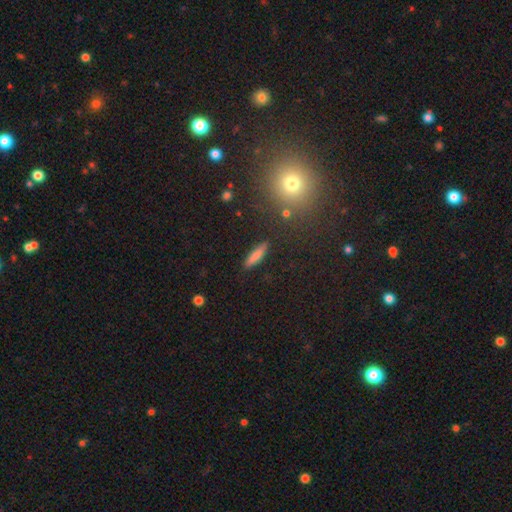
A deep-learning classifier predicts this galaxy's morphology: smooth 77%, featured or disk 14%, star or artifact 8%. Down the decision tree: how rounded — cigar-shaped (74%); merging — none (88%).